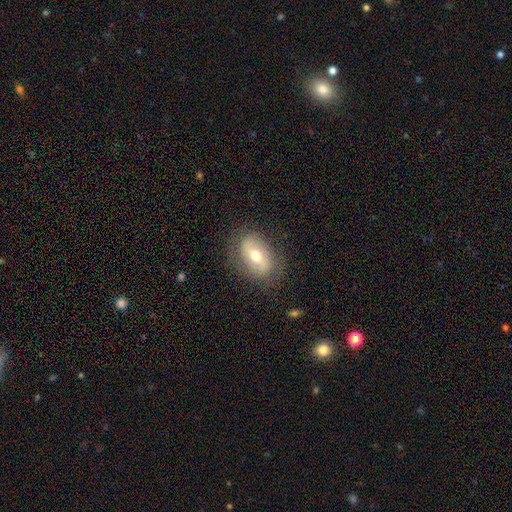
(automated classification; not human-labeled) Smooth or featured? featured or disk (51%)
Edge-on disk? no (90%)
Merging? none (79%)